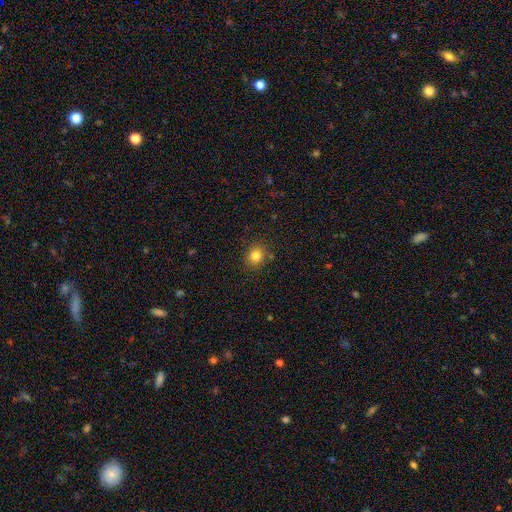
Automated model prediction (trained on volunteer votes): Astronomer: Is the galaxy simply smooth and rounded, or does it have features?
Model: smooth — 81%.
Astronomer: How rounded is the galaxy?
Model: round — 78%.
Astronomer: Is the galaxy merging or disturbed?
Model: none — 85%.